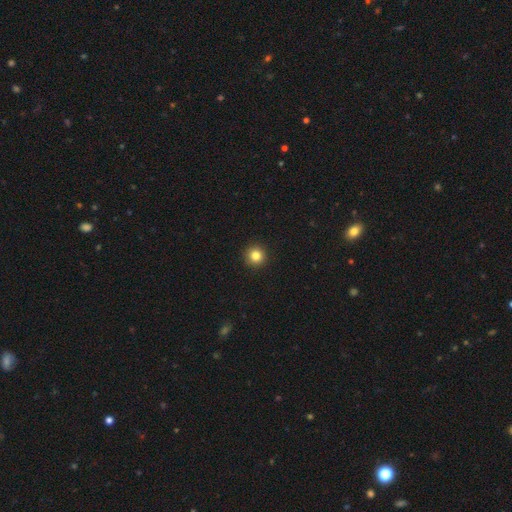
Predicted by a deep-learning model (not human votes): The model was most divided on "smooth or featured": smooth: 83%, star or artifact: 11%, featured or disk: 5%. More confident: how rounded — round (95%); merging — none (93%).